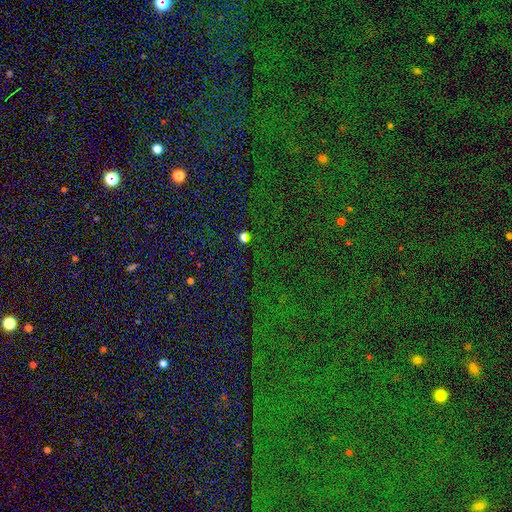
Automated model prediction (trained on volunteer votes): The model was most divided on "smooth or featured": star or artifact: 82%, smooth: 11%, featured or disk: 7%.